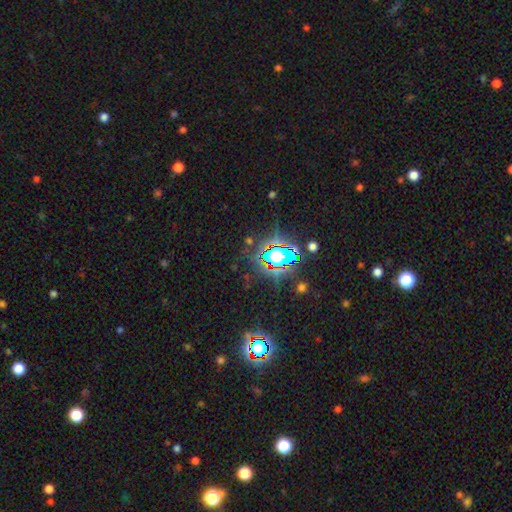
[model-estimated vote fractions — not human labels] Smooth or featured?
  - star or artifact: 83% *
  - smooth: 10%
  - featured or disk: 8%